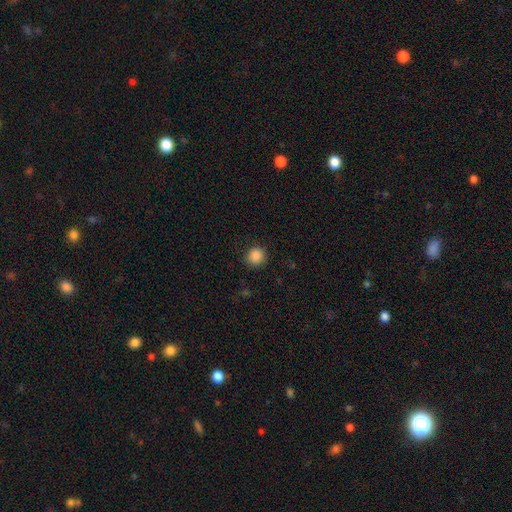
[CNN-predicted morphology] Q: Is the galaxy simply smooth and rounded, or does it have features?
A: smooth — 87%.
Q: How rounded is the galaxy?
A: round — 89%.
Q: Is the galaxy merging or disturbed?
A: none — 86%.